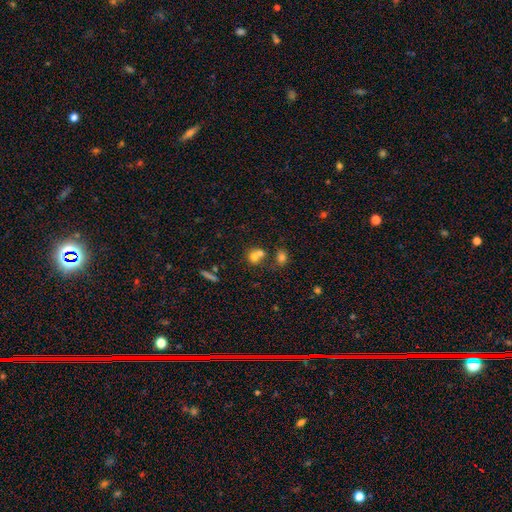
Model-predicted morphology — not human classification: Overall: smooth (69%). How rounded: round (72%). Merging: merger (56%; none 33%).